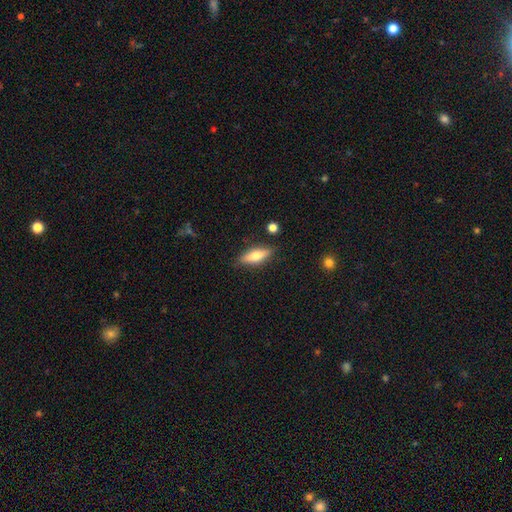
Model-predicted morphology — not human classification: Smooth or featured? smooth (57%)
How rounded? in between (49%)
Merging? none (85%)